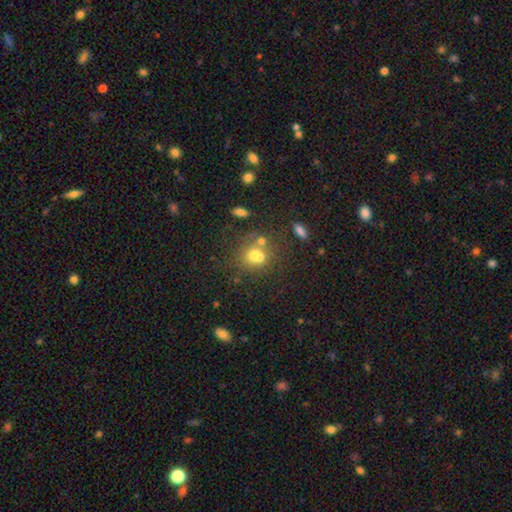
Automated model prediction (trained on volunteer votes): Smooth or featured?
  - smooth: 63% *
  - featured or disk: 20%
  - star or artifact: 17%
How rounded?
  - round: 70% *
  - in between: 29%
  - cigar-shaped: 1%
Merging?
  - merger: 43% *
  - none: 40%
  - minor disturbance: 11%
  - major disturbance: 6%